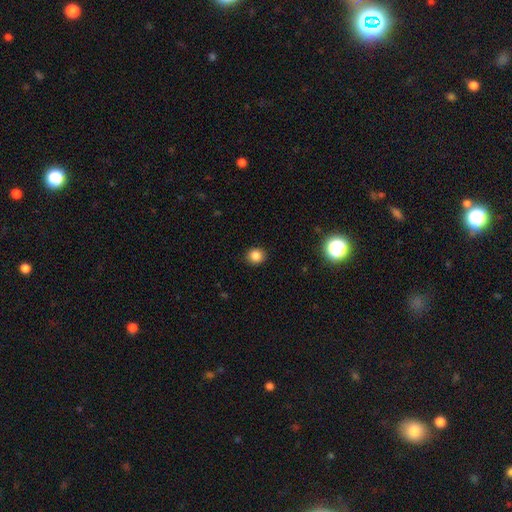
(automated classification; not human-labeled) Q: Smooth or featured?
A: smooth (85%); runner-up: star or artifact (11%)
Q: How rounded?
A: round (83%); runner-up: in between (16%)
Q: Merging?
A: none (90%); runner-up: minor disturbance (7%)